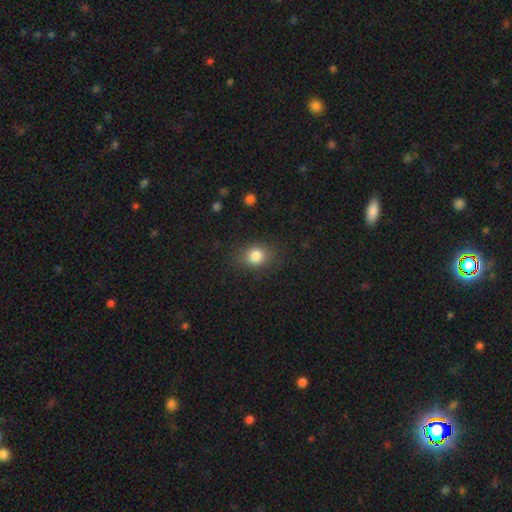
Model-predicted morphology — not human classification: Smooth or featured? Predicted: smooth (p=0.82). How rounded? Predicted: round (p=0.54). Merging? Predicted: none (p=0.83).